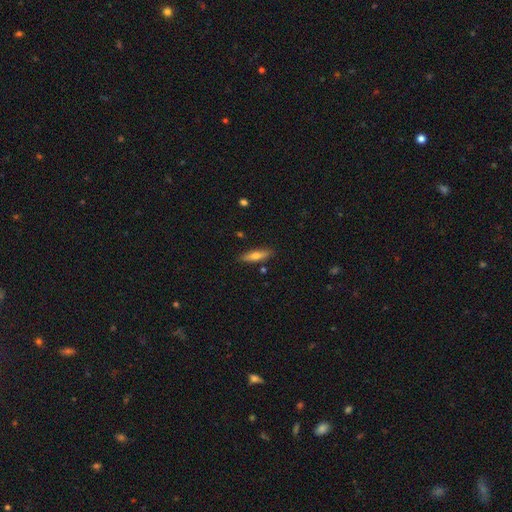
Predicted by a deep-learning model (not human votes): Smooth or featured? smooth (64%)
How rounded? cigar-shaped (70%)
Merging? none (86%)